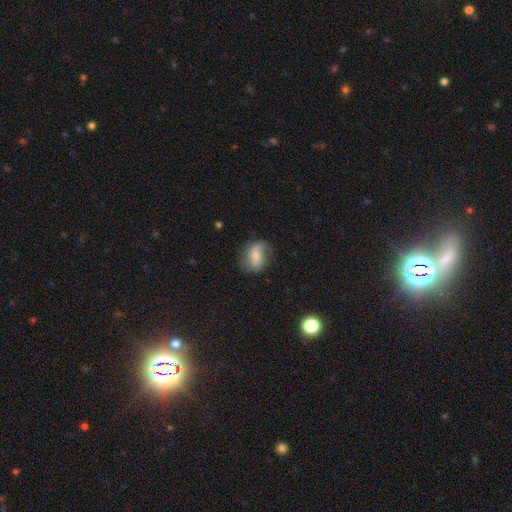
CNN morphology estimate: A featured or disk galaxy (50%). Merging: none (60%).